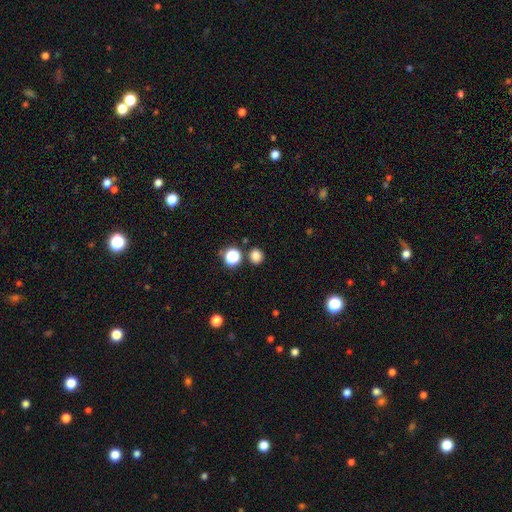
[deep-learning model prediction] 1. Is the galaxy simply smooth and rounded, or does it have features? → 81% smooth, 15% star or artifact, 4% featured or disk.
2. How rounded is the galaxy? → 85% round, 14% in between, 1% cigar-shaped.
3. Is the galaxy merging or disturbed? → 85% none, 7% minor disturbance, 6% merger, 2% major disturbance.